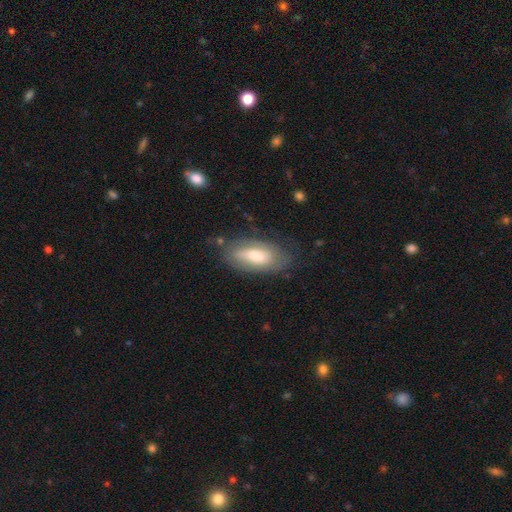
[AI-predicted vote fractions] smooth_or_featured: smooth (p=0.61) [alt: featured or disk p=0.32]
how_rounded: in between (p=0.87) [alt: cigar-shaped p=0.10]
merging: none (p=0.68) [alt: minor disturbance p=0.22]